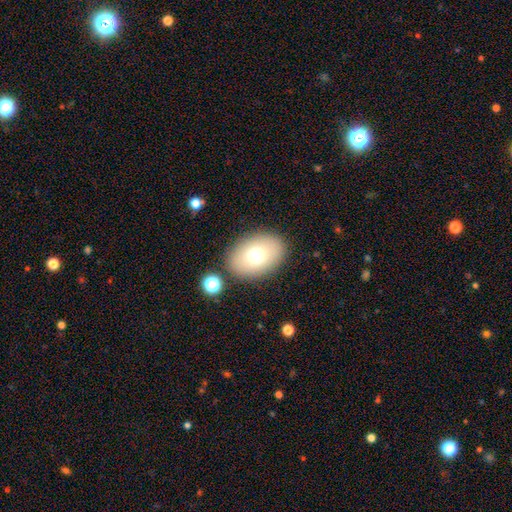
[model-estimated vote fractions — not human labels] Overall: smooth (73%). How rounded: in between (78%). Merging: none (85%).